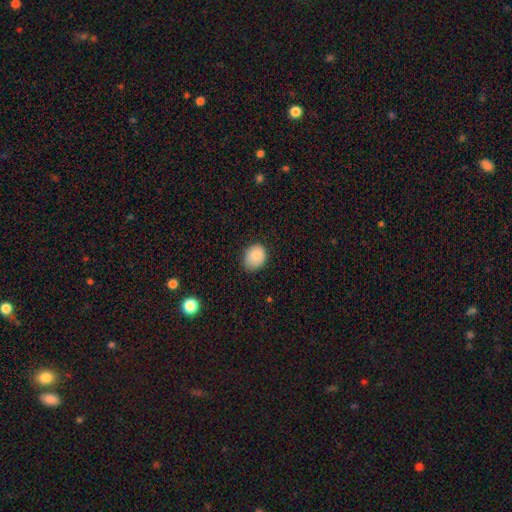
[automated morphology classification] This is clearly a smooth galaxy (85%). How rounded: possibly round (55%). Merging: likely none (71%).